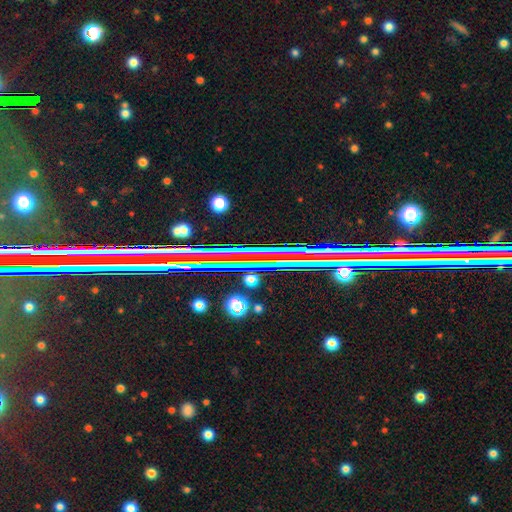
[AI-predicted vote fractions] star or artifact 78%, featured or disk 13%, smooth 9%.